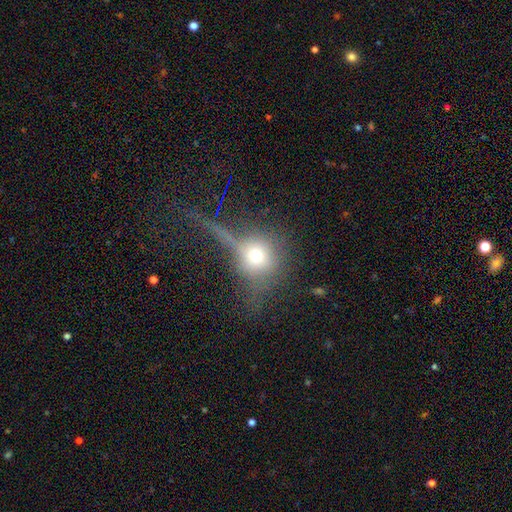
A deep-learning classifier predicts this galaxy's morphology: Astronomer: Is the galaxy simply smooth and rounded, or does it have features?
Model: smooth — 48% (runner-up: featured or disk, 32%).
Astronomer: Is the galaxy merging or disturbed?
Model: none — 45% (runner-up: major disturbance, 29%).